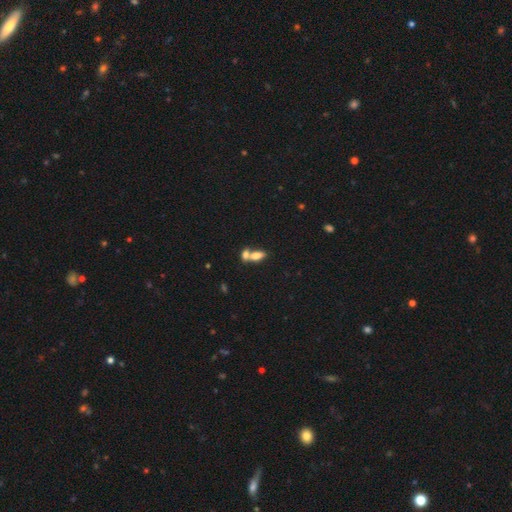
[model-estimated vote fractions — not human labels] Overall: smooth (74%). How rounded: in between (83%). Merging: merger (60%; none 29%).